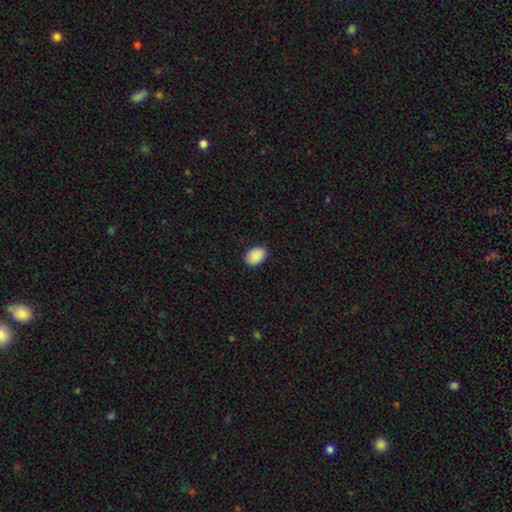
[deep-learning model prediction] This is clearly a smooth galaxy (90%). How rounded: clearly in between (81%). Merging: clearly none (85%).